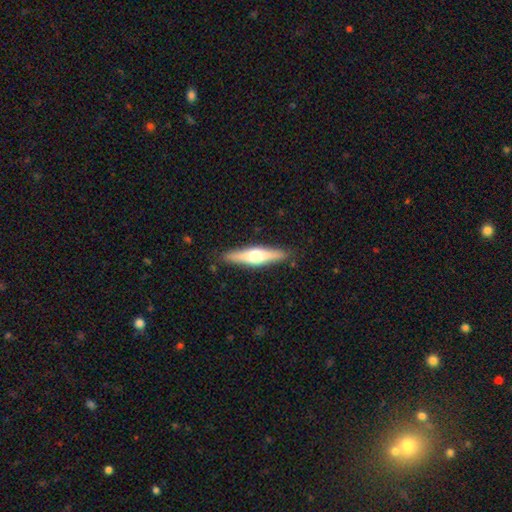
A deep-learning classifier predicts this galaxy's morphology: A featured or disk galaxy (60%) viewed edge-on (94%) with a rounded central bulge (94%). Merging: none (88%).